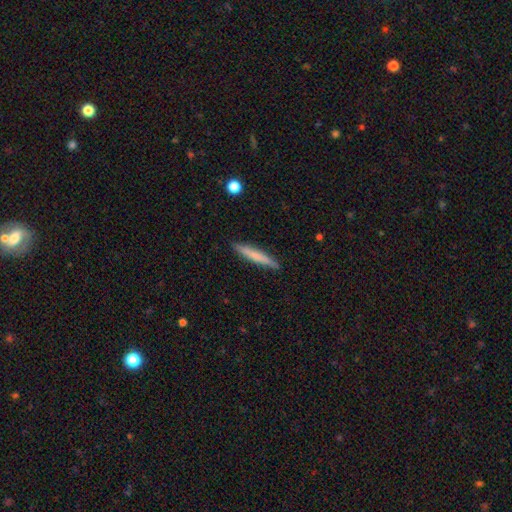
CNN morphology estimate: Q: Smooth or featured?
A: smooth (65%); runner-up: featured or disk (29%)
Q: How rounded?
A: cigar-shaped (94%); runner-up: in between (4%)
Q: Merging?
A: none (90%); runner-up: minor disturbance (7%)